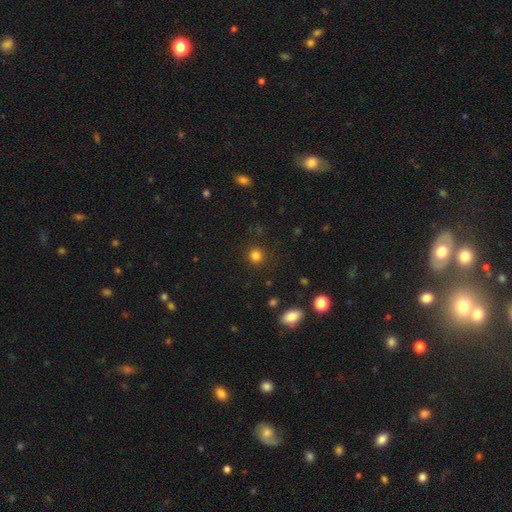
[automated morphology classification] The model was most divided on "smooth or featured": smooth: 82%, star or artifact: 14%, featured or disk: 4%. More confident: how rounded — round (92%); merging — none (90%).